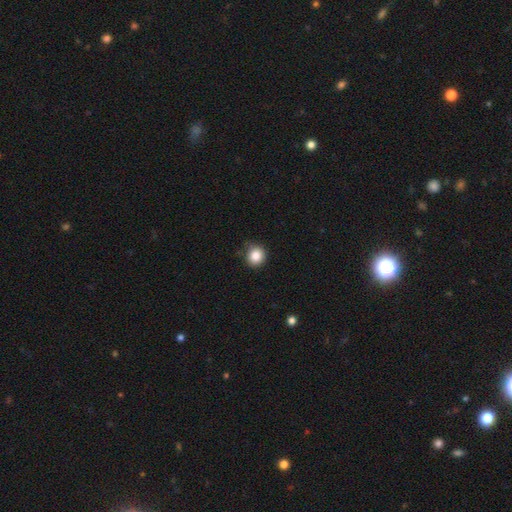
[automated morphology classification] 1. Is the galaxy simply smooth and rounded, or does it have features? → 86% smooth, 10% star or artifact, 4% featured or disk.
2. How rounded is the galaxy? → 90% round, 9% in between, 1% cigar-shaped.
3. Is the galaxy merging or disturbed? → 79% none, 17% minor disturbance, 3% major disturbance, 2% merger.